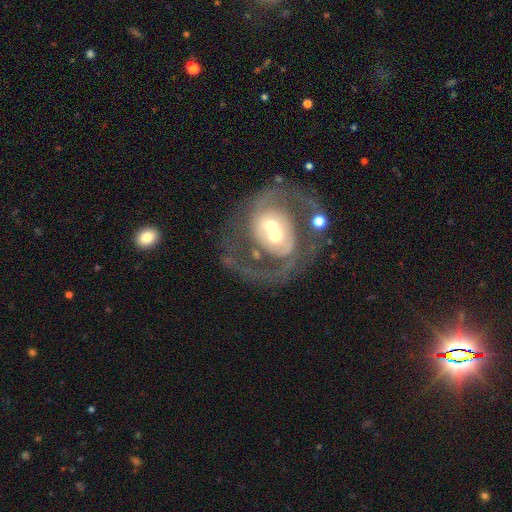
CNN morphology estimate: Overall: featured or disk (84%). Edge-on disk: no (96%). Bar: weak (39%, tied with strong). Spiral arms: yes (88%). Spiral arm count: 2 (77%). Spiral winding: medium (47%; tight 39%). Bulge size: moderate (53%; small 28%). Merging: none (69%).